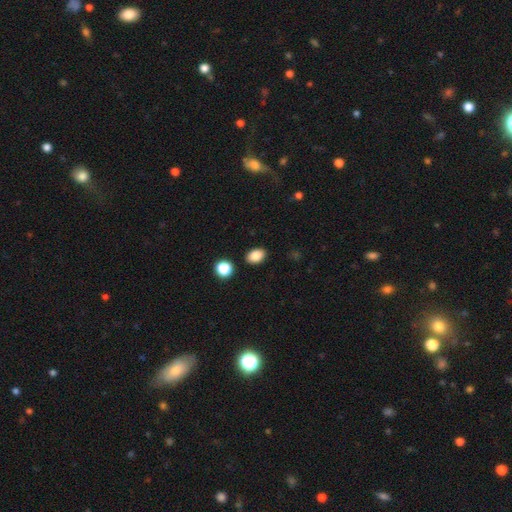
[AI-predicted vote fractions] Overall: smooth (86%). How rounded: in between (84%). Merging: none (88%).